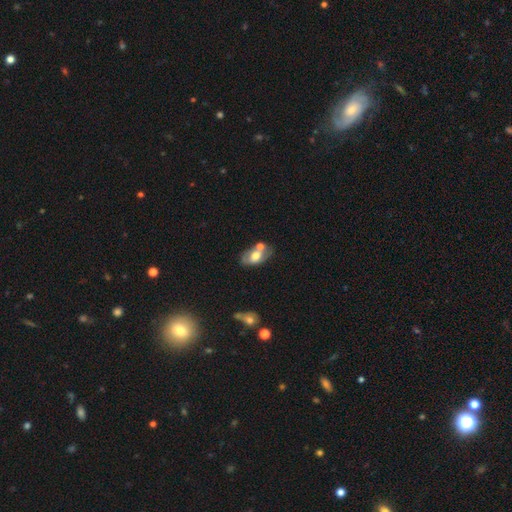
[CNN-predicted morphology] type=smooth (50%); roundness=in between (89%); merging=none (42%).